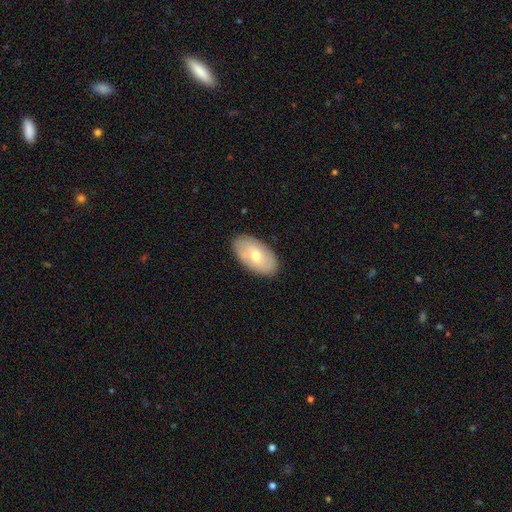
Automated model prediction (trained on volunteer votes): smooth 60%, featured or disk 34%, star or artifact 6%. Down the decision tree: how rounded — in between (94%); merging — none (87%).